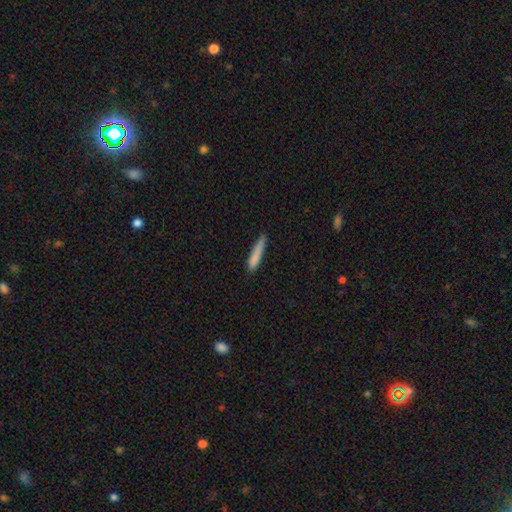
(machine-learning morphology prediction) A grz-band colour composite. It shows a smooth galaxy with no disk features (83%) that is cigar-shaped (92%). Merging: none (77%).